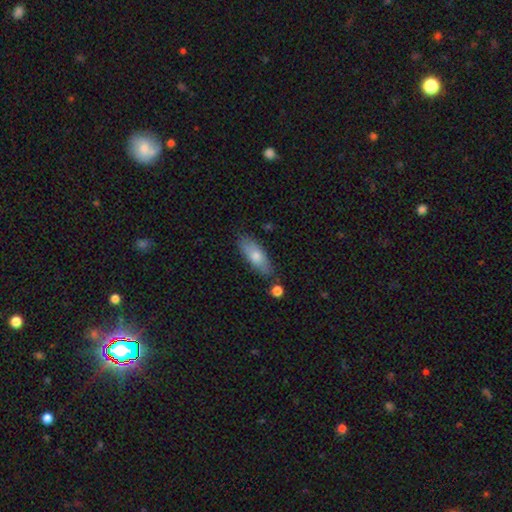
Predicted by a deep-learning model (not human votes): A smooth galaxy with no disk features (70%) that is in between round and cigar-shaped (64%).

Vote fractions:
- Smooth or featured? smooth: 70% / featured or disk: 24% / star or artifact: 7%
- How rounded? in between: 64% / cigar-shaped: 33% / round: 3%
- Merging? none: 79% / minor disturbance: 14% / merger: 4% / major disturbance: 3%